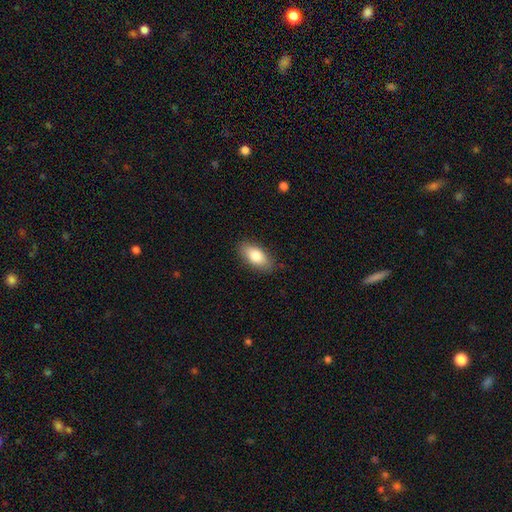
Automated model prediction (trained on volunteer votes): Q: Smooth or featured?
A: smooth (79%); runner-up: featured or disk (14%)
Q: How rounded?
A: in between (90%); runner-up: cigar-shaped (7%)
Q: Merging?
A: none (86%); runner-up: minor disturbance (11%)